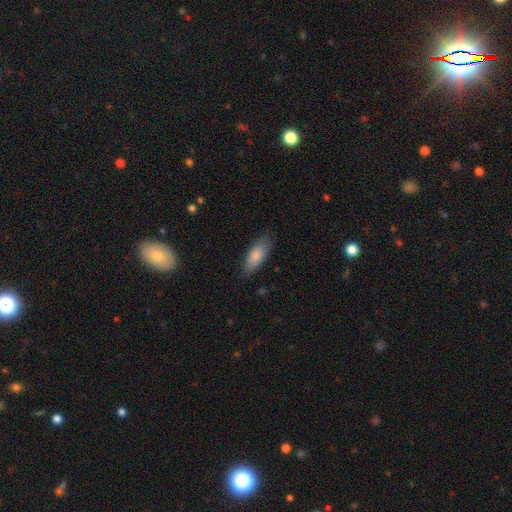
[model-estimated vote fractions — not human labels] smooth-or-featured: smooth: 83% | featured or disk: 11% | star or artifact: 6%
  how-rounded: in between: 75% | cigar-shaped: 23% | round: 2%
  merging: none: 80% | minor disturbance: 16% | major disturbance: 3% | merger: 1%